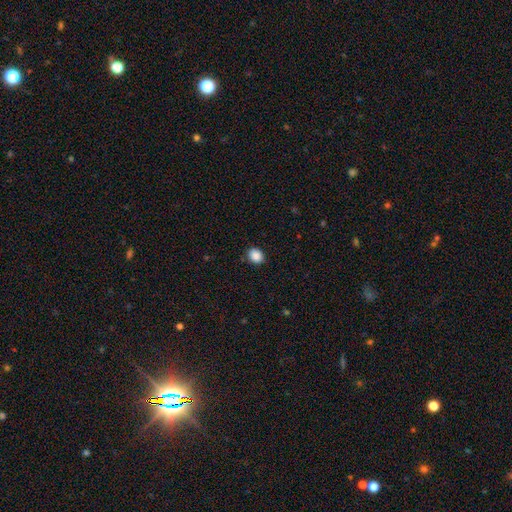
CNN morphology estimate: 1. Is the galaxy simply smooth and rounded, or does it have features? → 89% smooth, 8% star or artifact, 3% featured or disk.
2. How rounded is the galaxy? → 50% in between, 49% round, 1% cigar-shaped.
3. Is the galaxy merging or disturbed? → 87% none, 9% minor disturbance, 2% major disturbance, 1% merger.